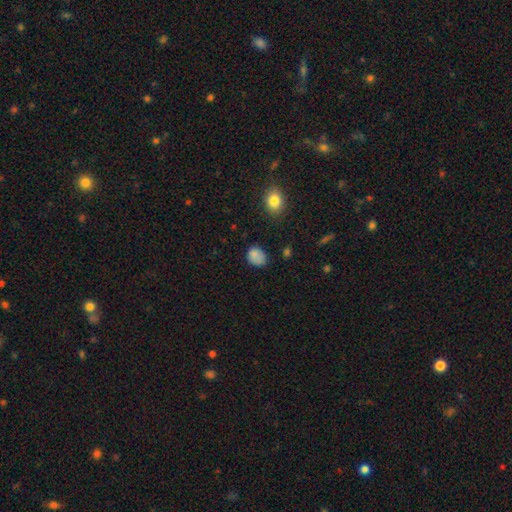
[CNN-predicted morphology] type=smooth (83%); roundness=in between (55%); merging=none (64%).